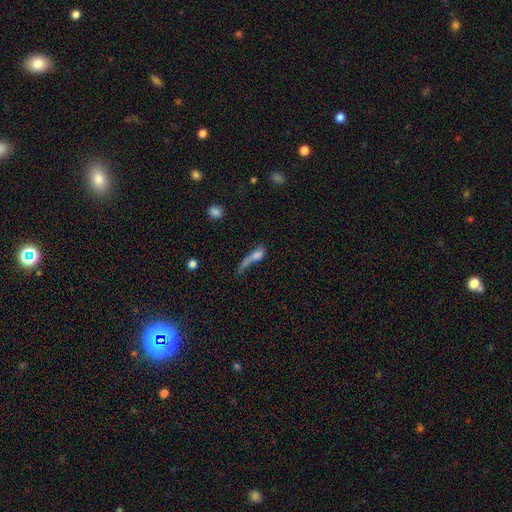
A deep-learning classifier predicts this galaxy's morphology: A smooth galaxy with no disk features (54%) that is cigar-shaped (55%).

Vote fractions:
- Smooth or featured? smooth: 54% / featured or disk: 33% / star or artifact: 13%
- How rounded? cigar-shaped: 55% / in between: 37% / round: 8%
- Merging? major disturbance: 41% / none: 24% / merger: 18% / minor disturbance: 18%